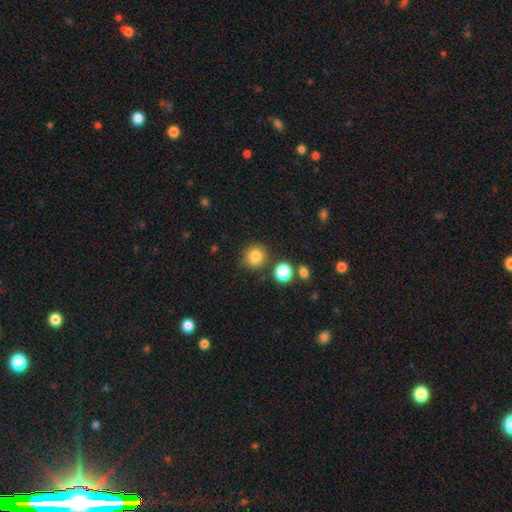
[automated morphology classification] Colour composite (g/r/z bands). It shows a smooth galaxy with no disk features (83%) that is round (87%). Merging: none (80%).